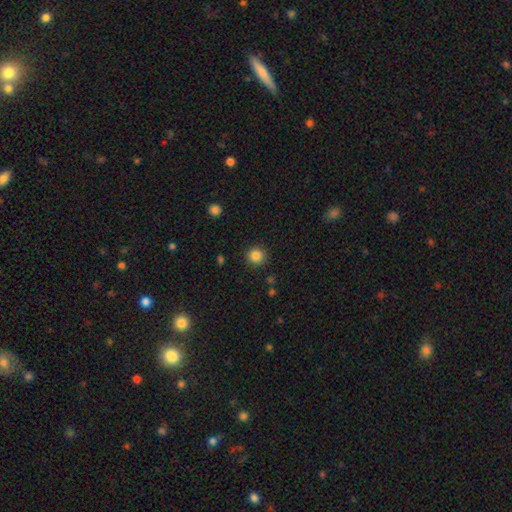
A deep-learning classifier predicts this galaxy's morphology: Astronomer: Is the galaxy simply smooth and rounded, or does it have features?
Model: smooth — 85%.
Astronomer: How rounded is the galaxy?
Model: round — 94%.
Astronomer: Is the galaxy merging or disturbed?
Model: none — 90%.